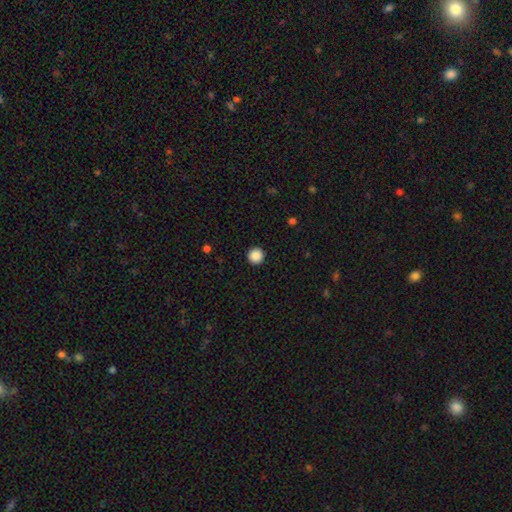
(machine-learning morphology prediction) This appears to be a smooth galaxy with no disk features (88%) that is round (96%). Merging: none (93%).